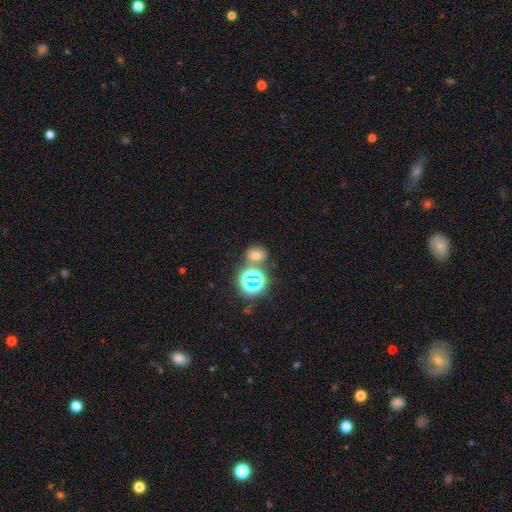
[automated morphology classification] smooth-or-featured: smooth: 58% | star or artifact: 33% | featured or disk: 9%
  how-rounded: round: 55% | in between: 43% | cigar-shaped: 1%
  merging: none: 67% | merger: 18% | minor disturbance: 11% | major disturbance: 4%